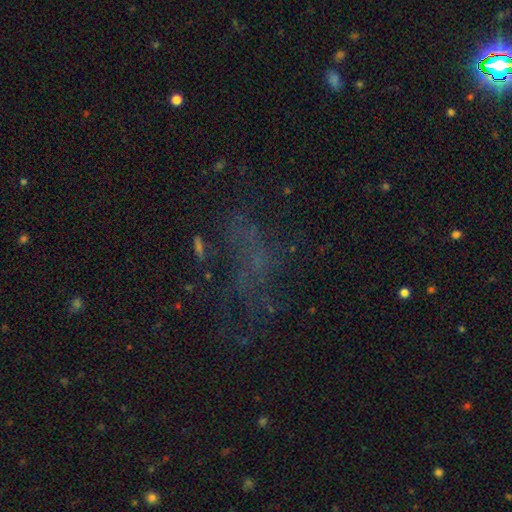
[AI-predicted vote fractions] A star or artifact, not a galaxy (38%).